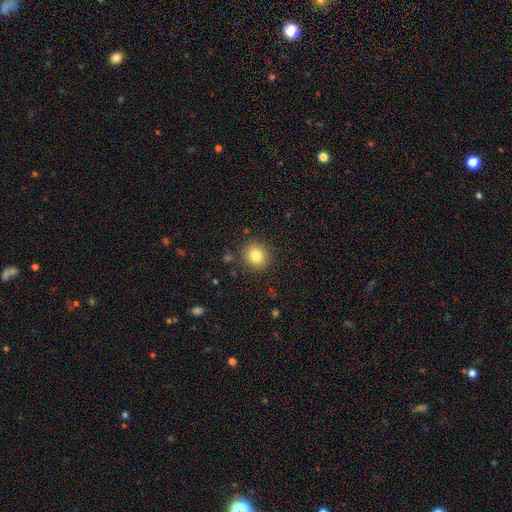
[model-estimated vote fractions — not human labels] A smooth galaxy with no disk features (82%) that is round (81%). Merging: none (88%).